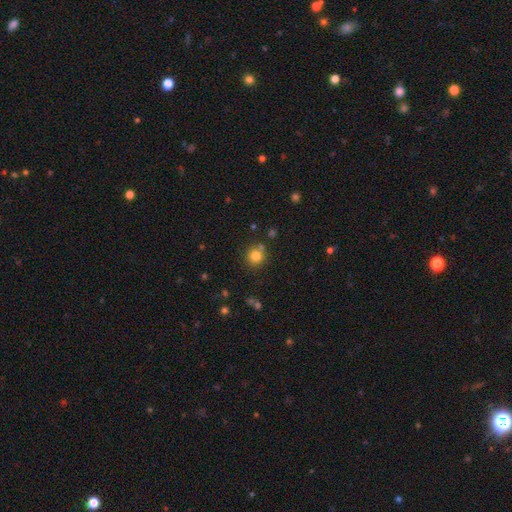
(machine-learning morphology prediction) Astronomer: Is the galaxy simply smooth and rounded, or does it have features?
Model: smooth — 81%.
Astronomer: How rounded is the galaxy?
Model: round — 91%.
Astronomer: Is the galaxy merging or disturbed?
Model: none — 78%.